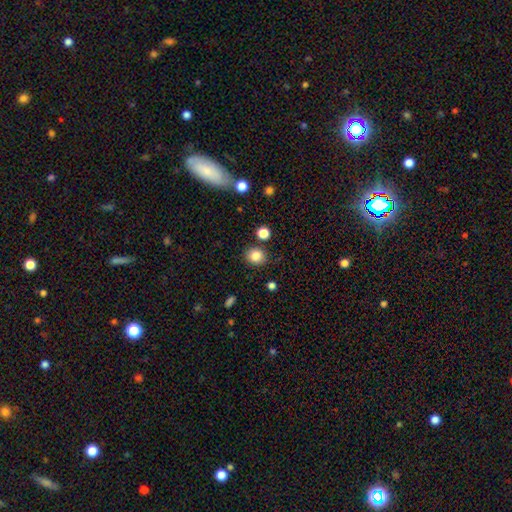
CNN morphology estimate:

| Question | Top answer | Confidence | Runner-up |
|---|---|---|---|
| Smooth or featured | smooth | 84% | star or artifact (10%) |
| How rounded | round | 75% | in between (24%) |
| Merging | none | 85% | minor disturbance (8%) |